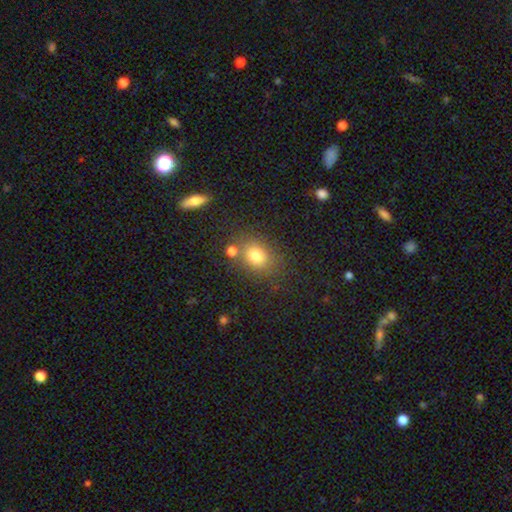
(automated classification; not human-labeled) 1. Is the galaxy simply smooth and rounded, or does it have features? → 78% smooth, 13% star or artifact, 9% featured or disk.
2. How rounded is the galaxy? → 50% in between, 48% round, 1% cigar-shaped.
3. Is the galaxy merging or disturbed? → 71% none, 13% minor disturbance, 12% merger, 5% major disturbance.